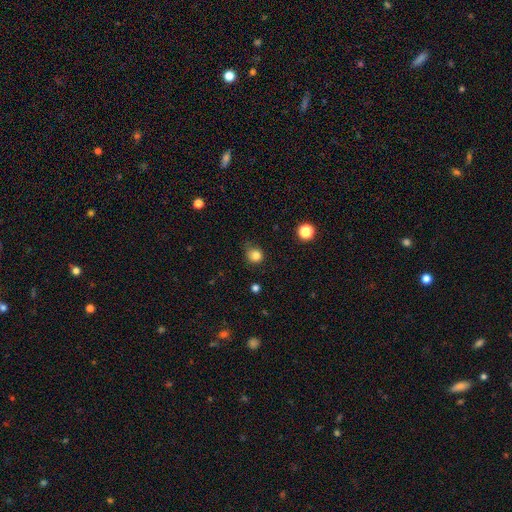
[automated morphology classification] smooth-or-featured: smooth: 82% | star or artifact: 13% | featured or disk: 5%
  how-rounded: round: 86% | in between: 13% | cigar-shaped: 1%
  merging: none: 66% | minor disturbance: 26% | major disturbance: 6% | merger: 2%